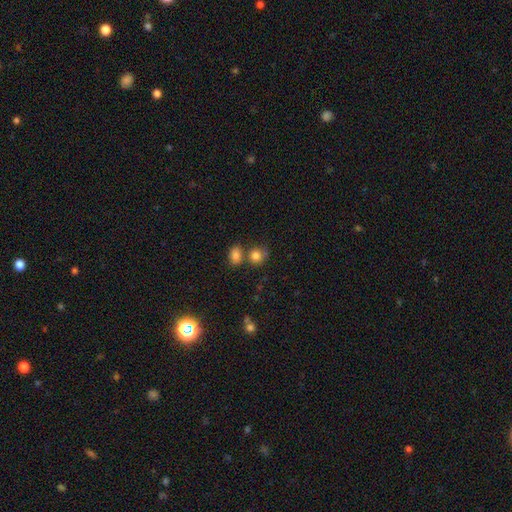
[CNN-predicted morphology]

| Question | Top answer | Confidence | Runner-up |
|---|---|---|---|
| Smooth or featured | smooth | 82% | star or artifact (11%) |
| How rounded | round | 73% | in between (26%) |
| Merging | none | 55% | merger (27%) |